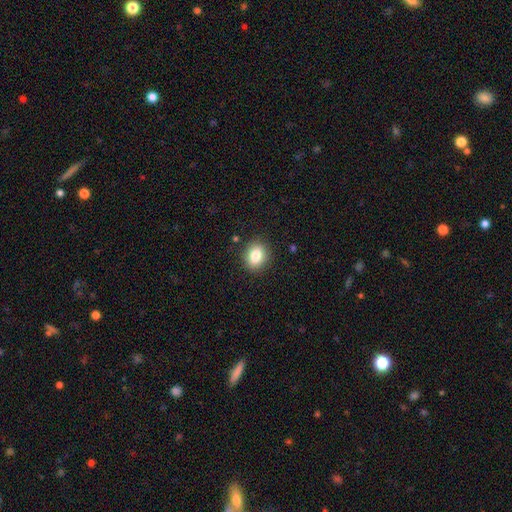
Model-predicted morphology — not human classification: The model was most divided on "how rounded": round: 52%, in between: 47%, cigar-shaped: 1%. More confident: merging — none (88%); smooth or featured — smooth (83%).